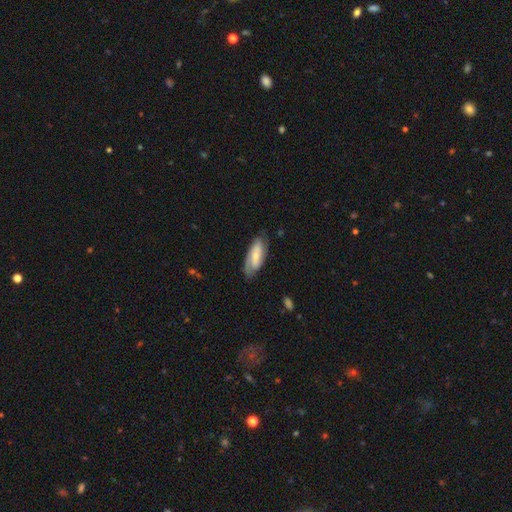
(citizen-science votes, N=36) featured or disk 61%, smooth 33%, star or artifact 6%. Down the decision tree: edge-on disk — no (91%); bar — no (45%); spiral arms — yes (90%); spiral arm count — 2 (78%); spiral winding — tight (50%); bulge size — small (60%); merging — none (59%).